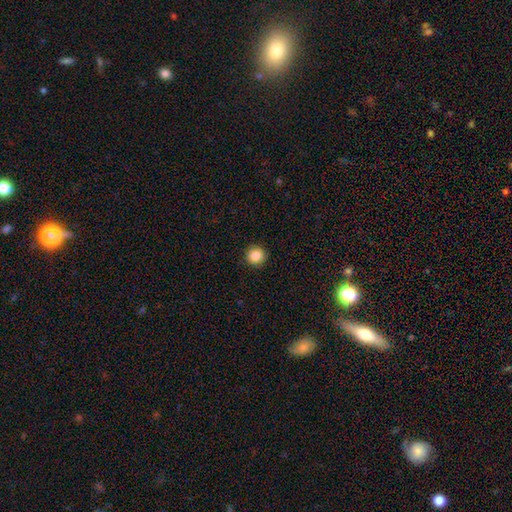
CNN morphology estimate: This is clearly a smooth galaxy (86%). How rounded: clearly round (95%). Merging: clearly none (93%).